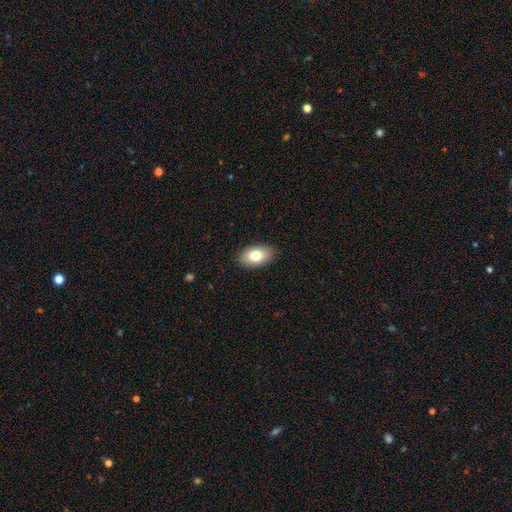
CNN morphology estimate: smooth-or-featured: smooth: 79% | featured or disk: 14% | star or artifact: 7%
  how-rounded: in between: 92% | round: 6% | cigar-shaped: 1%
  merging: none: 89% | minor disturbance: 8% | major disturbance: 2% | merger: 1%